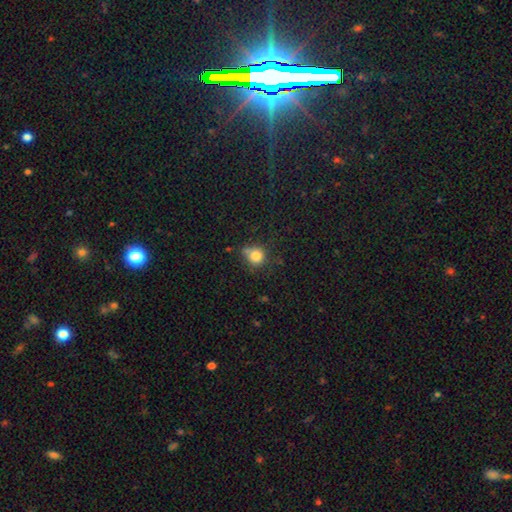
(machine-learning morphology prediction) Smooth or featured? smooth (81%)
How rounded? round (86%)
Merging? none (60%)